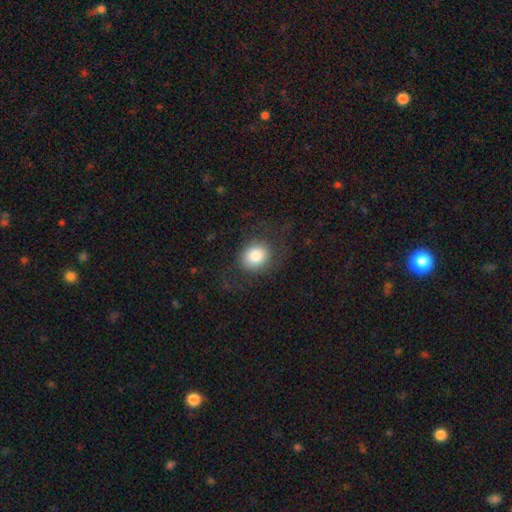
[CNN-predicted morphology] Smooth or featured? Predicted: smooth (p=0.80). How rounded? Predicted: round (p=0.68). Merging? Predicted: none (p=0.72).